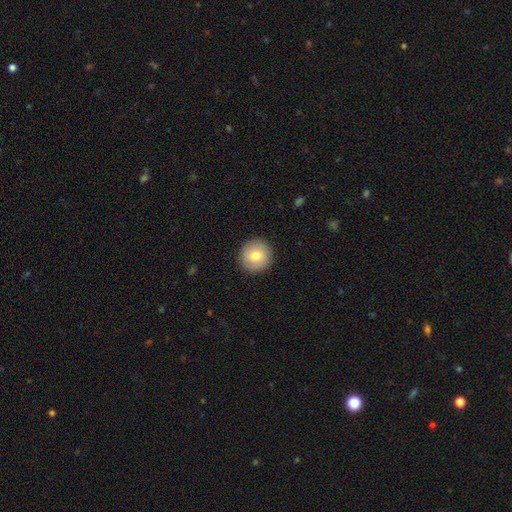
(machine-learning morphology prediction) Q: Smooth or featured?
A: smooth (77%); runner-up: featured or disk (16%)
Q: How rounded?
A: round (94%); runner-up: in between (5%)
Q: Merging?
A: none (91%); runner-up: minor disturbance (7%)